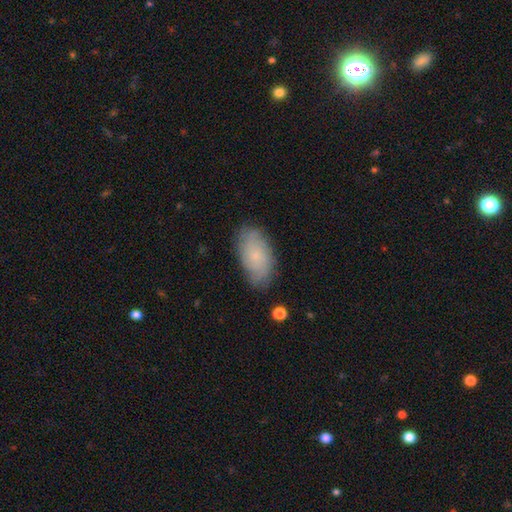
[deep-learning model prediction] smooth_or_featured: smooth (p=0.49) [alt: featured or disk p=0.43]
merging: none (p=0.77) [alt: minor disturbance p=0.17]